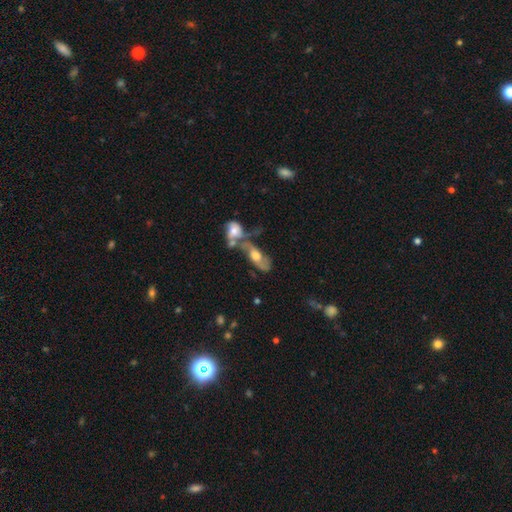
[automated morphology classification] This appears to be a featured or disk galaxy (58%). Merging: merger (55%).